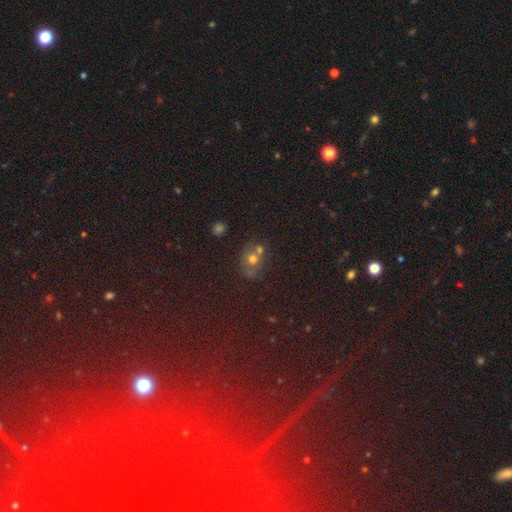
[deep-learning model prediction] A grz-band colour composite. It shows a smooth galaxy with no disk features (49%). Merging: none (58%).